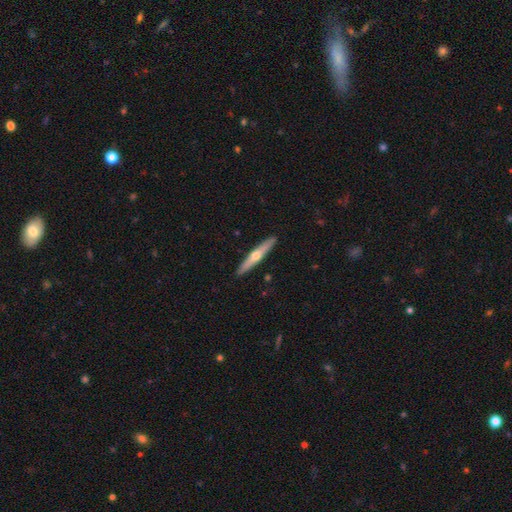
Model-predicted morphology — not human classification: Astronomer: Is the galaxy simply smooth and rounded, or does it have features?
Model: featured or disk — 56% (runner-up: smooth, 39%).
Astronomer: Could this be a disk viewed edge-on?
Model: yes — 95%.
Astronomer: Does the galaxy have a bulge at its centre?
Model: rounded — 88%.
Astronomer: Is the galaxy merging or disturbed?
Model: none — 92%.